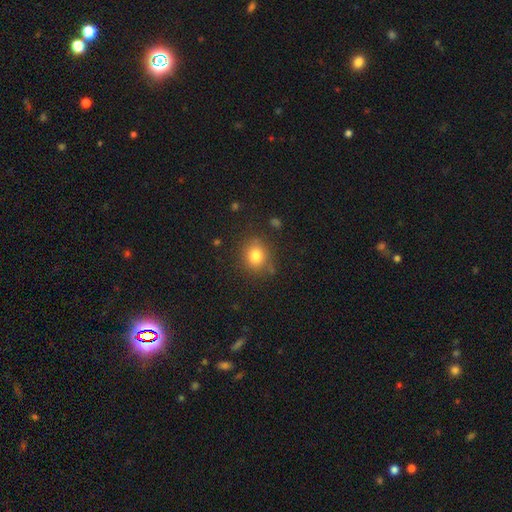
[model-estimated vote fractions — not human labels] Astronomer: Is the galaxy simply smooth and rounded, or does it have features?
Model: smooth — 81%.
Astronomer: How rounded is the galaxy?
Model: round — 77%.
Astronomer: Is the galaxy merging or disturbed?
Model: none — 80%.